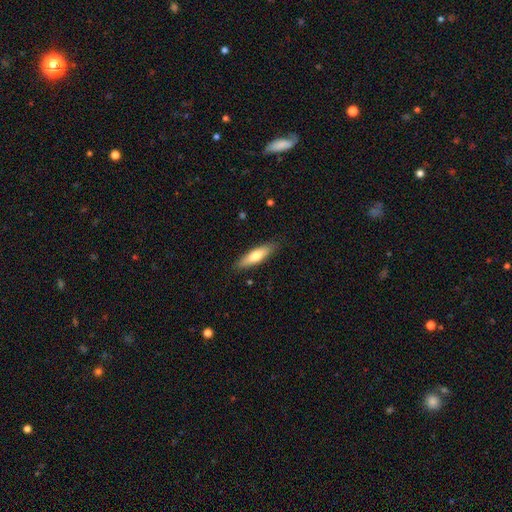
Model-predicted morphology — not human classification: type=smooth (66%); roundness=cigar-shaped (62%); merging=none (86%).